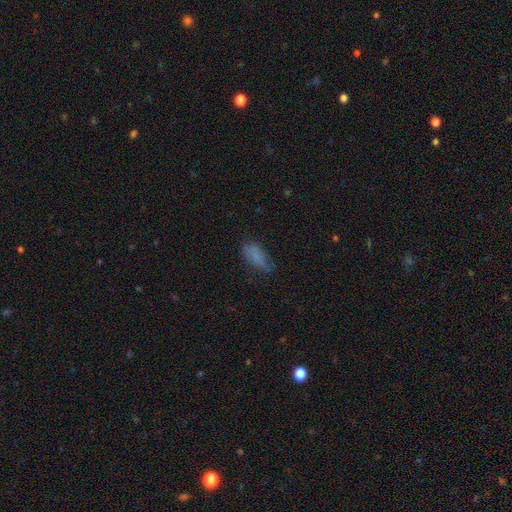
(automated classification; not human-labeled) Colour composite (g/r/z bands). It shows a smooth galaxy with no disk features (79%) that is in between round and cigar-shaped (81%). Merging: none (57%).